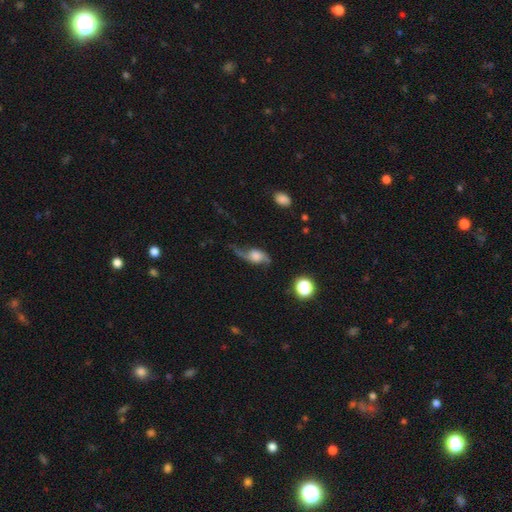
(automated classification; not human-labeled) Smooth or featured: featured or disk — 72% (smooth — 19%)
Edge-on disk: no — 90% (yes — 10%)
Bar: no — 67% (weak — 27%)
Spiral arms: yes — 93% (no — 7%)
Spiral winding: loose — 82% (medium — 14%)
Spiral arm count: 2 — 87% (1 — 7%)
Bulge size: large — 34% (moderate — 20%)
Merging: none — 49% (major disturbance — 23%)